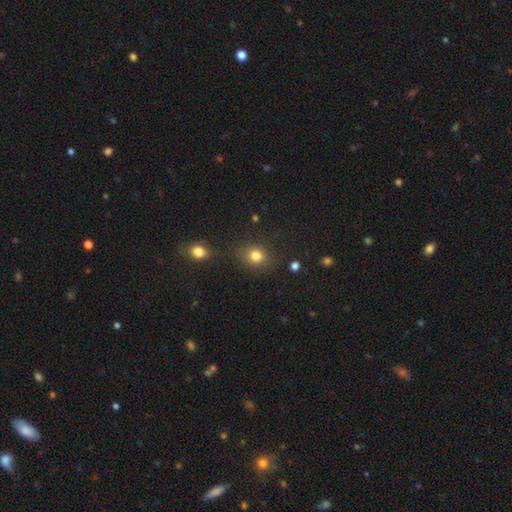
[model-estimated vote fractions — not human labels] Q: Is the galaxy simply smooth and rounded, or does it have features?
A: smooth — 81%.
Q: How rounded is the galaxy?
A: round — 72%.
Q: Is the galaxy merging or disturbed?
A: none — 79%.